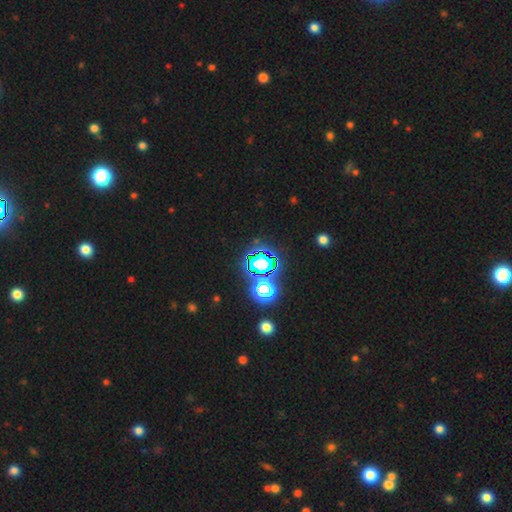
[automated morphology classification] Overall: star or artifact (77%).